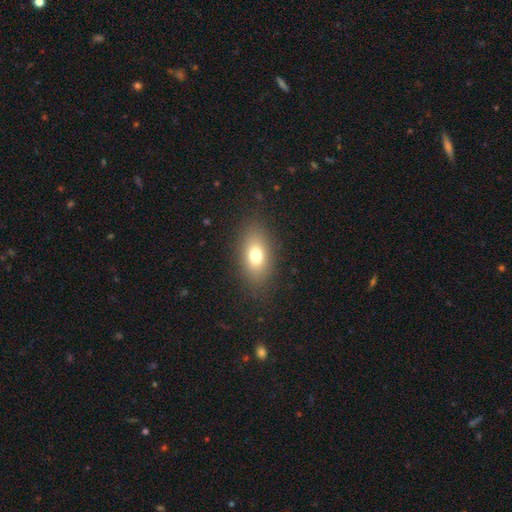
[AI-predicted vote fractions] smooth-or-featured: smooth: 73% | featured or disk: 15% | star or artifact: 11%
  how-rounded: in between: 82% | round: 12% | cigar-shaped: 6%
  merging: none: 85% | minor disturbance: 10% | major disturbance: 4% | merger: 1%